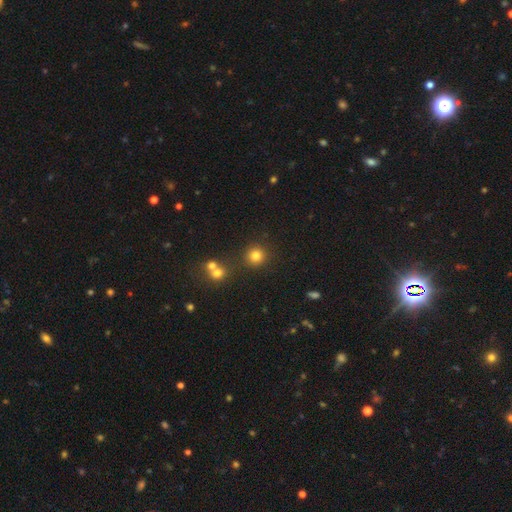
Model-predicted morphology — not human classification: Smooth or featured?
  - smooth: 79% *
  - star or artifact: 14%
  - featured or disk: 6%
How rounded?
  - round: 94% *
  - in between: 5%
  - cigar-shaped: 1%
Merging?
  - none: 84% *
  - minor disturbance: 7%
  - merger: 6%
  - major disturbance: 3%